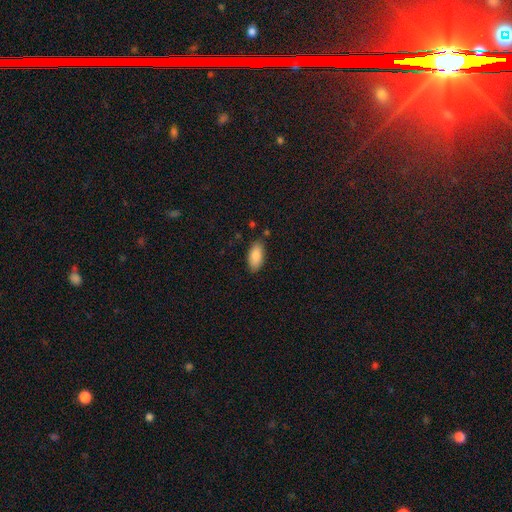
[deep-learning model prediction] Smooth or featured: smooth — 88% (star or artifact — 6%)
How rounded: in between — 91% (cigar-shaped — 7%)
Merging: none — 82% (minor disturbance — 13%)